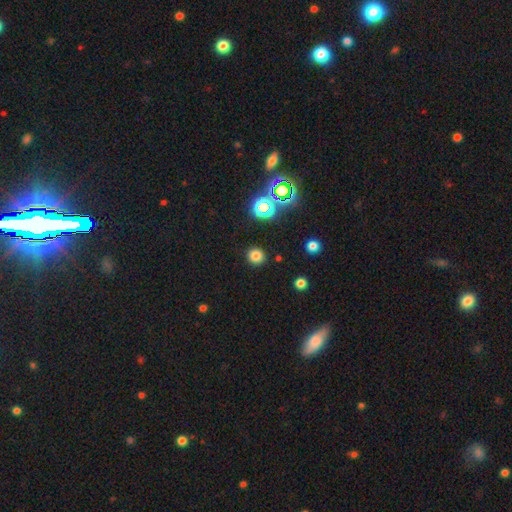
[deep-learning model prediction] Q: Smooth or featured?
A: smooth (76%); runner-up: star or artifact (18%)
Q: How rounded?
A: round (85%); runner-up: in between (14%)
Q: Merging?
A: none (89%); runner-up: minor disturbance (6%)